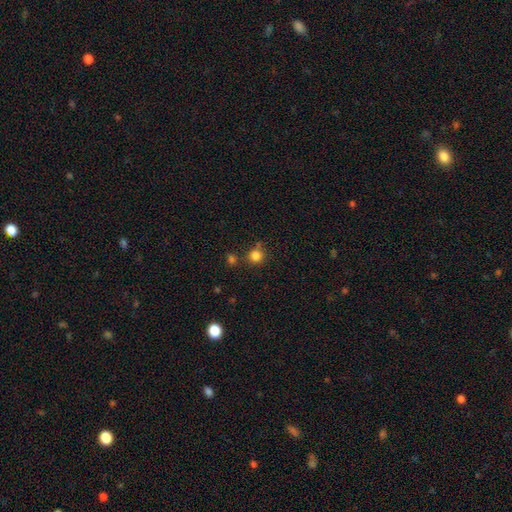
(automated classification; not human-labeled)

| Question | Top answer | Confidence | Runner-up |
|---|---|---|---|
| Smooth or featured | smooth | 82% | star or artifact (13%) |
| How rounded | round | 92% | in between (7%) |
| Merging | none | 74% | merger (11%) |